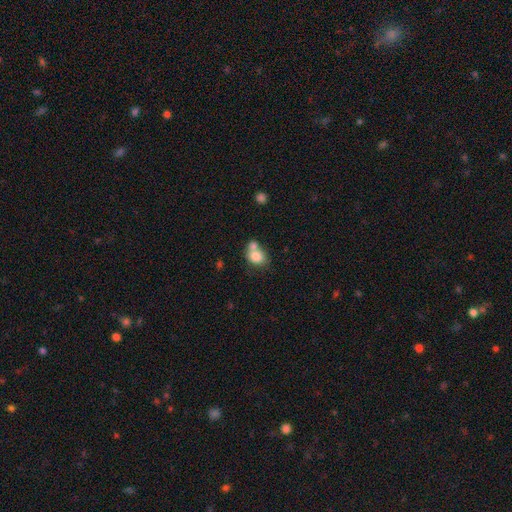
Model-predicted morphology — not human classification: smooth-or-featured: smooth: 79% | featured or disk: 12% | star or artifact: 9%
  how-rounded: round: 54% | in between: 45% | cigar-shaped: 1%
  merging: merger: 50% | none: 34% | minor disturbance: 11% | major disturbance: 5%